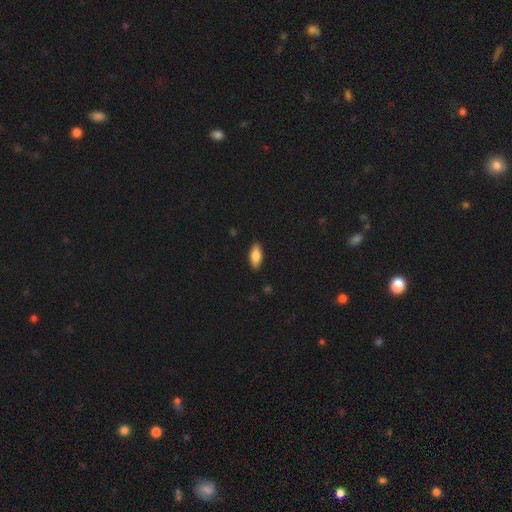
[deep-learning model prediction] smooth_or_featured: smooth (p=0.82) [alt: featured or disk p=0.12]
how_rounded: in between (p=0.84) [alt: cigar-shaped p=0.13]
merging: none (p=0.89) [alt: minor disturbance p=0.09]